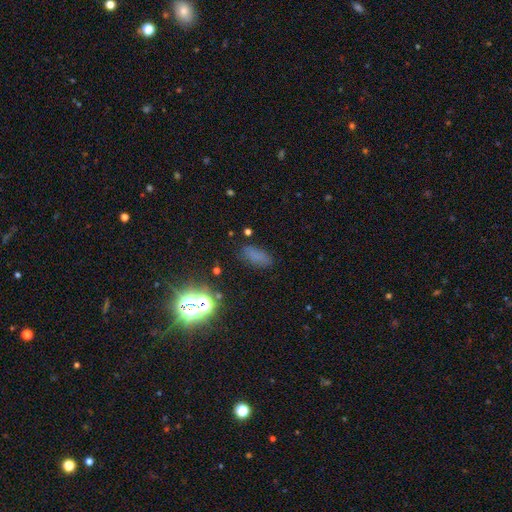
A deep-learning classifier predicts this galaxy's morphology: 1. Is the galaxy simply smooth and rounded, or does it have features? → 66% smooth, 24% star or artifact, 10% featured or disk.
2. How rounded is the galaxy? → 74% in between, 20% cigar-shaped, 6% round.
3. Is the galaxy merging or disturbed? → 77% none, 15% minor disturbance, 5% major disturbance, 3% merger.